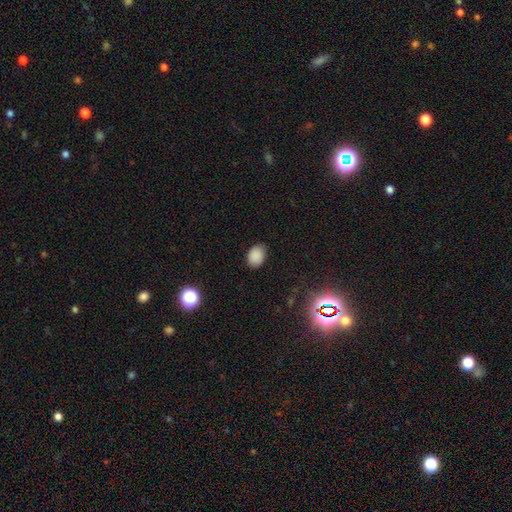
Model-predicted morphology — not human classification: A smooth galaxy with no disk features (86%) that is in between round and cigar-shaped (67%). Merging: none (82%).